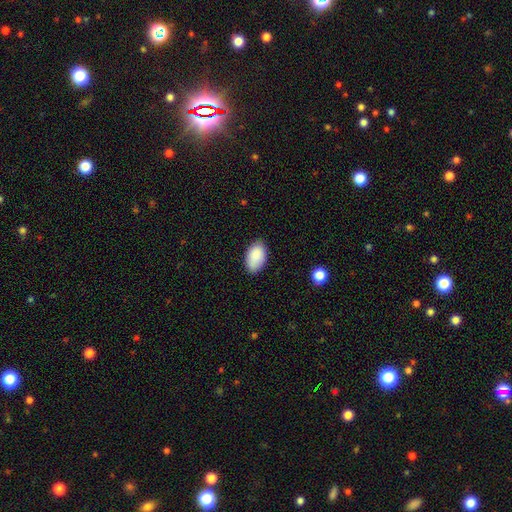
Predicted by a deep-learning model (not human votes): A smooth galaxy with no disk features (89%) that is in between round and cigar-shaped (94%). Merging: none (81%).